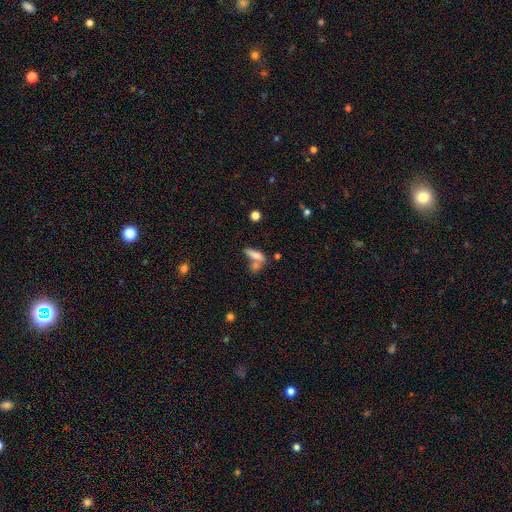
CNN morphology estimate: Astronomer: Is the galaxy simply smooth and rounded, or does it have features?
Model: smooth — 69%.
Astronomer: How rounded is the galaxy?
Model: in between — 50% (runner-up: cigar-shaped, 46%).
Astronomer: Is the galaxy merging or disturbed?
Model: merger — 42% (runner-up: none, 38%).